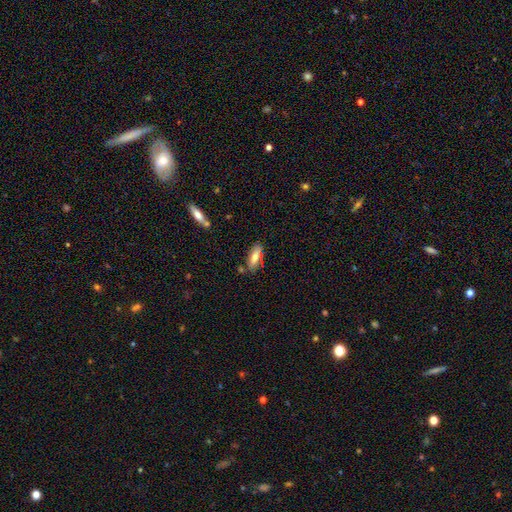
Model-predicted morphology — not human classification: Smooth or featured? smooth (64%)
How rounded? in between (70%)
Merging? none (70%)